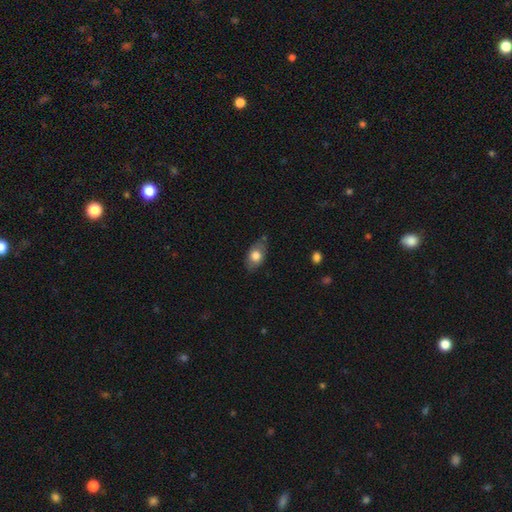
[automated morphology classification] smooth_or_featured: smooth (p=0.74) [alt: featured or disk p=0.19]
how_rounded: in between (p=0.85) [alt: round p=0.12]
merging: none (p=0.75) [alt: minor disturbance p=0.19]